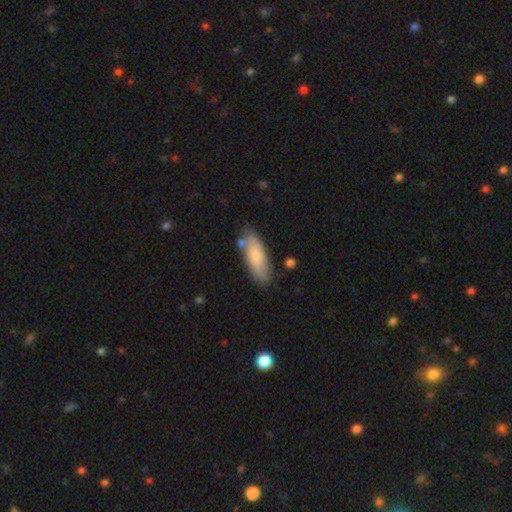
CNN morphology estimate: Smooth or featured? Predicted: smooth (p=0.76). How rounded? Predicted: in between (p=0.68). Merging? Predicted: none (p=0.74).